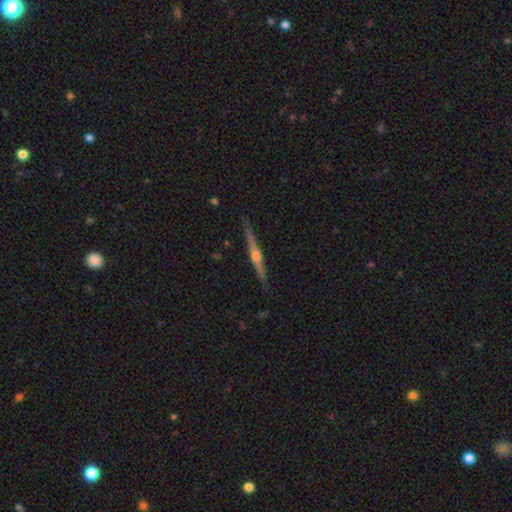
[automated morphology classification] Smooth or featured: featured or disk — 83% (smooth — 11%)
Edge-on disk: yes — 98% (no — 2%)
Edge-on bulge: rounded — 92% (boxy — 4%)
Merging: none — 90% (minor disturbance — 7%)